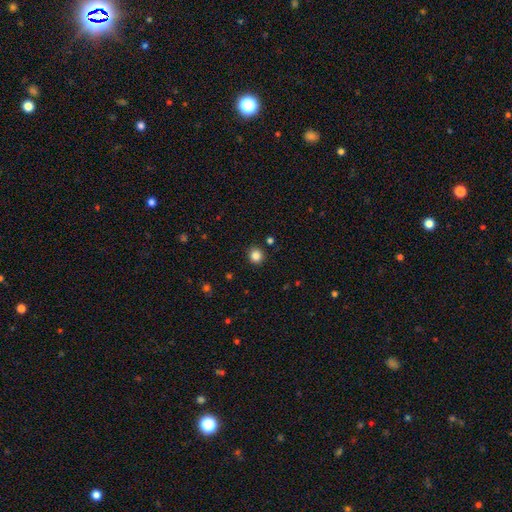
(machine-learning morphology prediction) This is clearly a smooth galaxy (84%). How rounded: clearly round (91%). Merging: clearly none (90%).